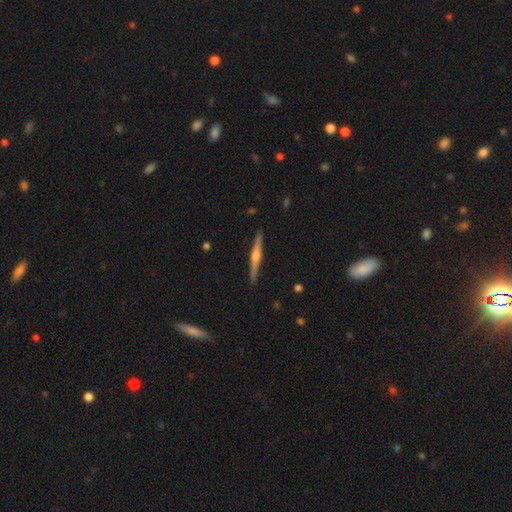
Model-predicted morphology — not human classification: Smooth or featured? Predicted: featured or disk (p=0.78). Edge-on disk? Predicted: yes (p=0.98). Edge-on bulge? Predicted: rounded (p=0.88). Merging? Predicted: none (p=0.92).